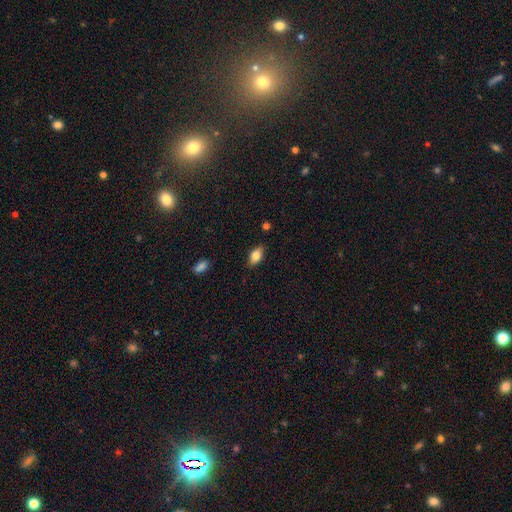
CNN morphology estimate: This is likely a smooth galaxy (77%). How rounded: clearly in between (88%). Merging: clearly none (85%).